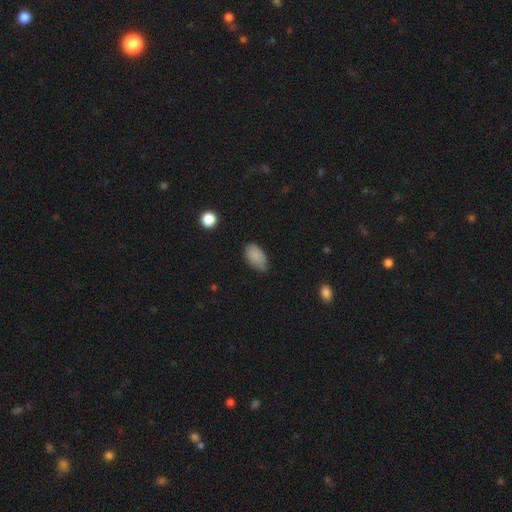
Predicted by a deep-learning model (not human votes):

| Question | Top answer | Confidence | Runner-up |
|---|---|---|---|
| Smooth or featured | smooth | 84% | star or artifact (8%) |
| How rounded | in between | 93% | round (5%) |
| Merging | none | 53% | minor disturbance (39%) |